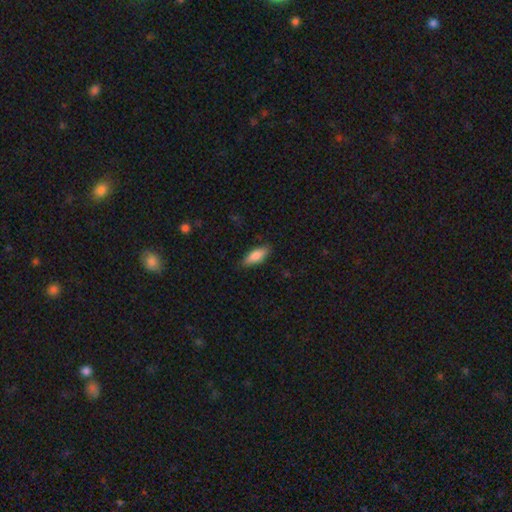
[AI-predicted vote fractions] Q: Smooth or featured?
A: smooth (80%); runner-up: featured or disk (14%)
Q: How rounded?
A: in between (68%); runner-up: cigar-shaped (30%)
Q: Merging?
A: none (84%); runner-up: minor disturbance (12%)